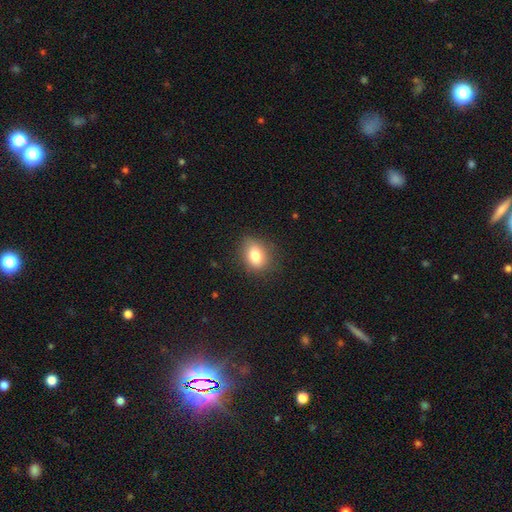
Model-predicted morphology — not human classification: smooth_or_featured: smooth (p=0.81) [alt: star or artifact p=0.10]
how_rounded: in between (p=0.63) [alt: round p=0.36]
merging: none (p=0.80) [alt: minor disturbance p=0.16]